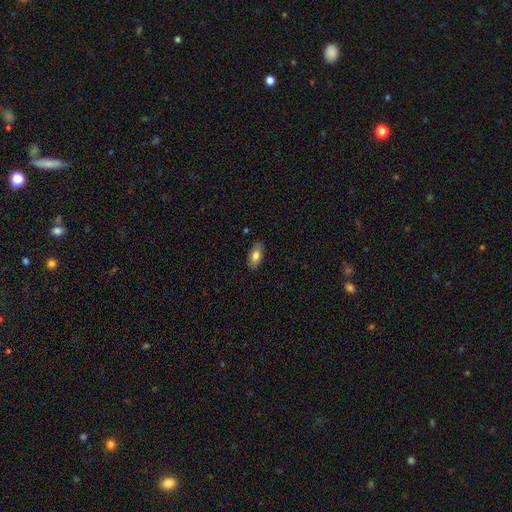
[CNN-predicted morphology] A smooth galaxy with no disk features (79%) that is in between round and cigar-shaped (90%).

Vote fractions:
- Smooth or featured? smooth: 79% / featured or disk: 14% / star or artifact: 7%
- How rounded? in between: 90% / cigar-shaped: 7% / round: 3%
- Merging? none: 86% / minor disturbance: 11% / major disturbance: 2% / merger: 1%